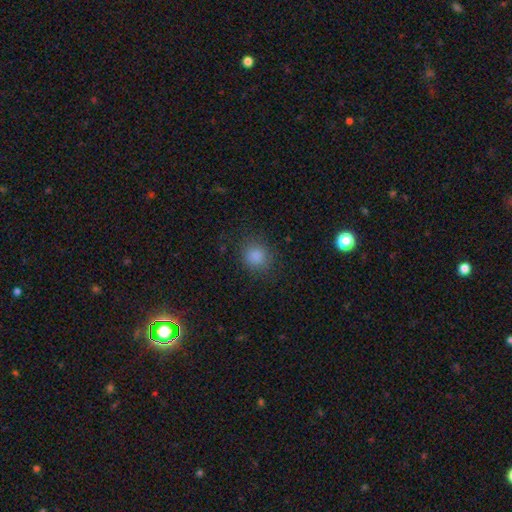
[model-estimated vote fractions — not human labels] smooth 82%, star or artifact 14%, featured or disk 4%. Down the decision tree: how rounded — round (85%); merging — none (85%).